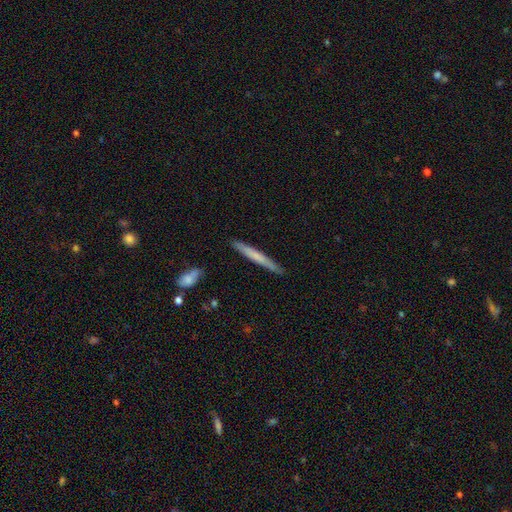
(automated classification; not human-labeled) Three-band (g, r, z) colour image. It shows a smooth galaxy with no disk features (61%) that is cigar-shaped (96%). Merging: none (88%).